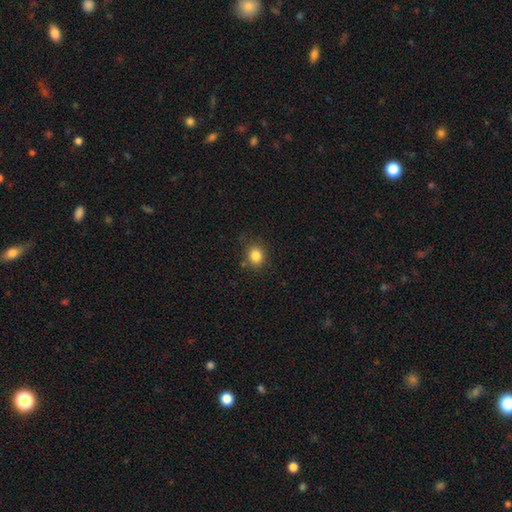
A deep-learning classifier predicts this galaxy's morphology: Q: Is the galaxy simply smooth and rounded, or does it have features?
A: smooth — 84%.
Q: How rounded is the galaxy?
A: round — 59%.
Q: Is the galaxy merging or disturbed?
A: none — 81%.